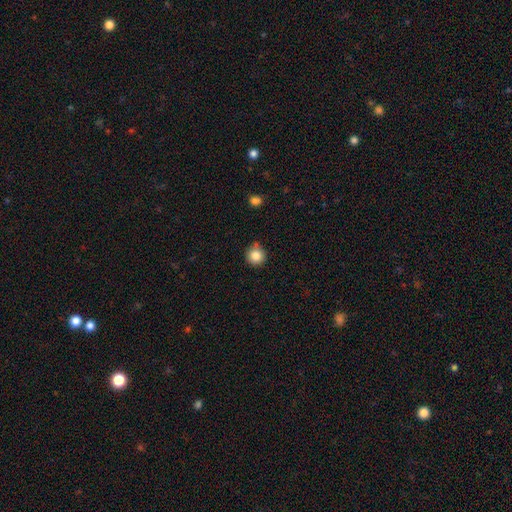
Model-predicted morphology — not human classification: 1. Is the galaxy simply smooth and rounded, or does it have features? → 84% smooth, 10% star or artifact, 6% featured or disk.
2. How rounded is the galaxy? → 94% round, 5% in between, 1% cigar-shaped.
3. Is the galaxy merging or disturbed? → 81% none, 13% minor disturbance, 4% merger, 2% major disturbance.